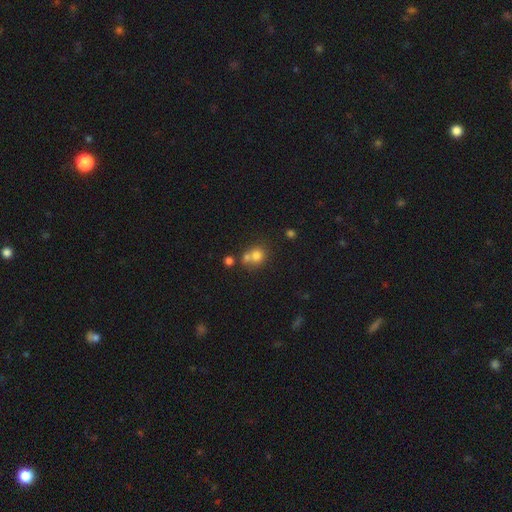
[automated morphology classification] smooth-or-featured: smooth: 75% | star or artifact: 14% | featured or disk: 11%
  how-rounded: round: 81% | in between: 18% | cigar-shaped: 1%
  merging: none: 45% | merger: 42% | minor disturbance: 9% | major disturbance: 4%